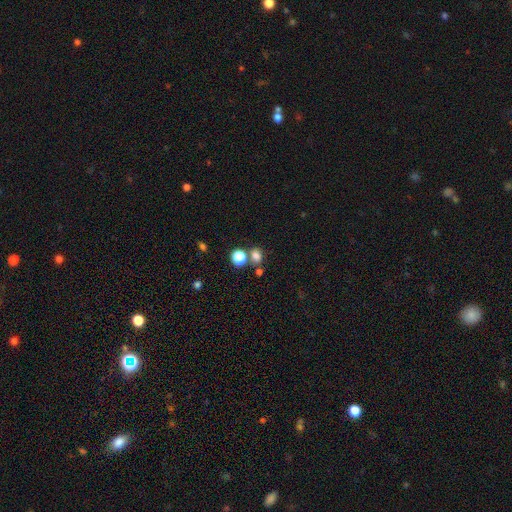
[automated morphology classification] A smooth galaxy with no disk features (74%) that is round (54%).

Vote fractions:
- Smooth or featured? smooth: 74% / star or artifact: 20% / featured or disk: 7%
- How rounded? round: 54% / in between: 45% / cigar-shaped: 1%
- Merging? none: 65% / merger: 19% / minor disturbance: 11% / major disturbance: 5%